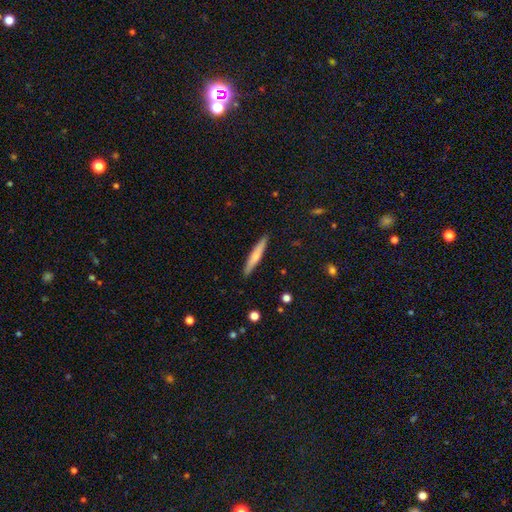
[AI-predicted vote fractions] smooth 58%, featured or disk 36%, star or artifact 6%. Down the decision tree: how rounded — cigar-shaped (93%); merging — none (90%).